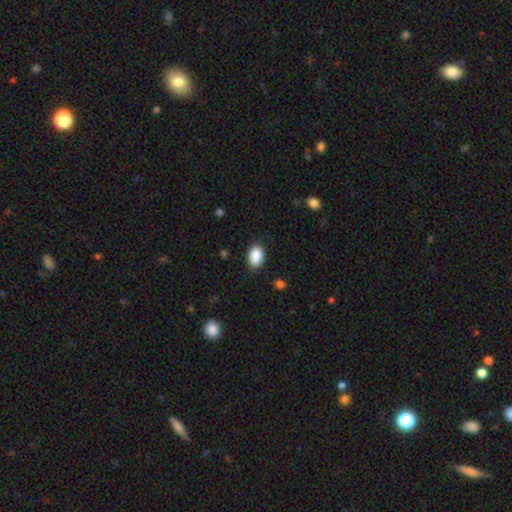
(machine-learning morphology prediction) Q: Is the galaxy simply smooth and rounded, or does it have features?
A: smooth — 90%.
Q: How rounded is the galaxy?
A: in between — 89%.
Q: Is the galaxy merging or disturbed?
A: none — 84%.